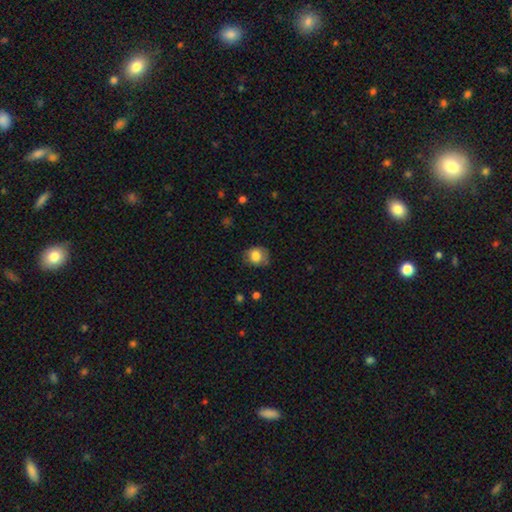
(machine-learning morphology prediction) Smooth or featured? smooth (81%)
How rounded? round (68%)
Merging? none (70%)